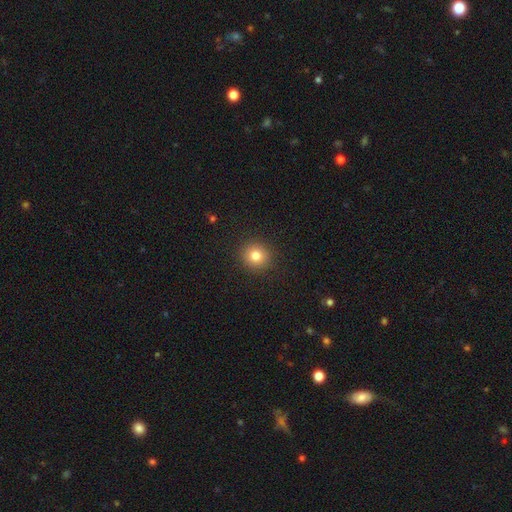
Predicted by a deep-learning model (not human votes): Smooth or featured? Predicted: smooth (p=0.81). How rounded? Predicted: round (p=0.91). Merging? Predicted: none (p=0.91).